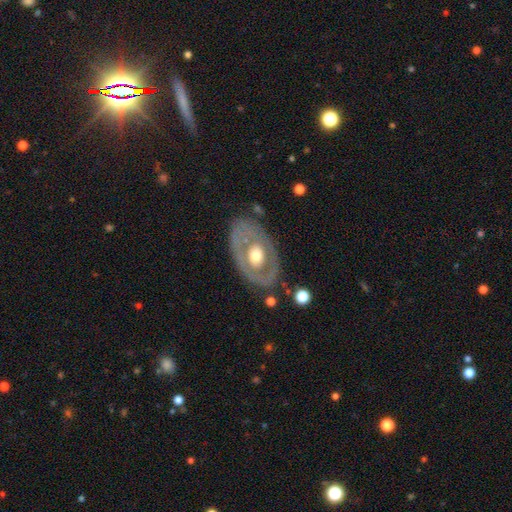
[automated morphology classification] smooth_or_featured: featured or disk (p=0.63) [alt: smooth p=0.32]
disk_edge_on: no (p=0.91) [alt: yes p=0.09]
bar: no (p=0.88) [alt: weak p=0.09]
has_spiral_arms: no (p=0.85) [alt: yes p=0.15]
bulge_size: moderate (p=0.63) [alt: large p=0.26]
merging: none (p=0.75) [alt: minor disturbance p=0.15]